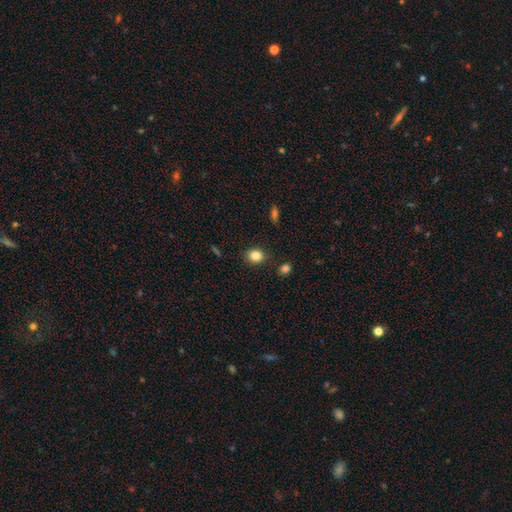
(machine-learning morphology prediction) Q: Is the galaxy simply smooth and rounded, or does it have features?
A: smooth — 83%.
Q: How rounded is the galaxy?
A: round — 65%.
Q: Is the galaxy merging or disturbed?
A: none — 87%.